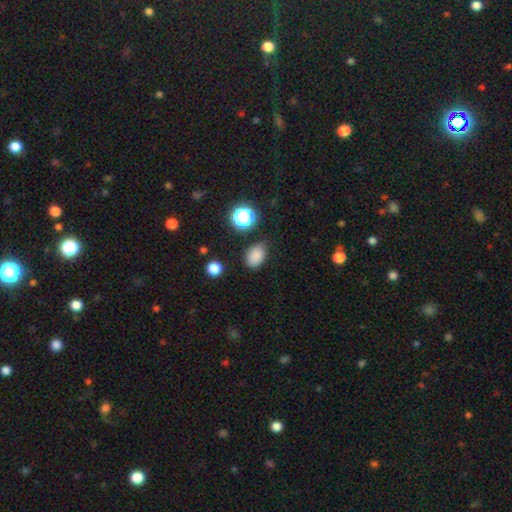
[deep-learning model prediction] Smooth or featured?
  - smooth: 82% *
  - star or artifact: 13%
  - featured or disk: 4%
How rounded?
  - in between: 75% *
  - round: 24%
  - cigar-shaped: 1%
Merging?
  - none: 74% *
  - minor disturbance: 19%
  - major disturbance: 4%
  - merger: 3%